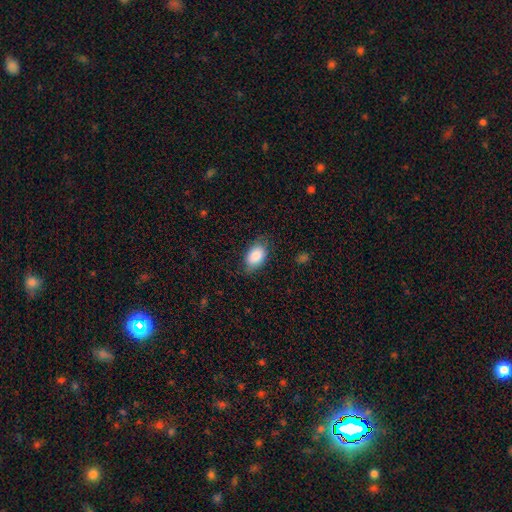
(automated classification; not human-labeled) Smooth or featured? Predicted: smooth (p=0.85). How rounded? Predicted: in between (p=0.90). Merging? Predicted: none (p=0.73).